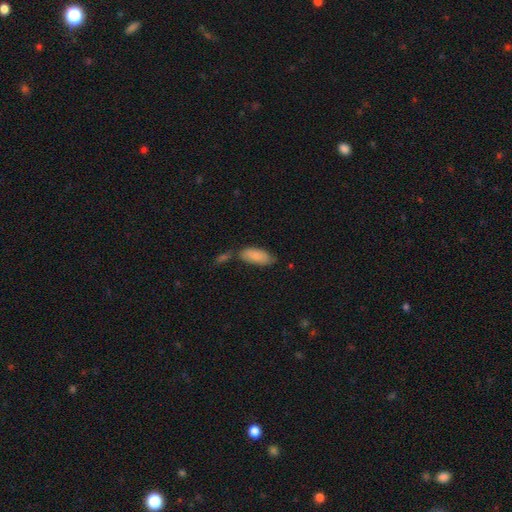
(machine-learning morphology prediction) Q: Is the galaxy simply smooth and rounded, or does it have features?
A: smooth — 85%.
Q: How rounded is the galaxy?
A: in between — 80%.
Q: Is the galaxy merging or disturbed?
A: none — 58%.